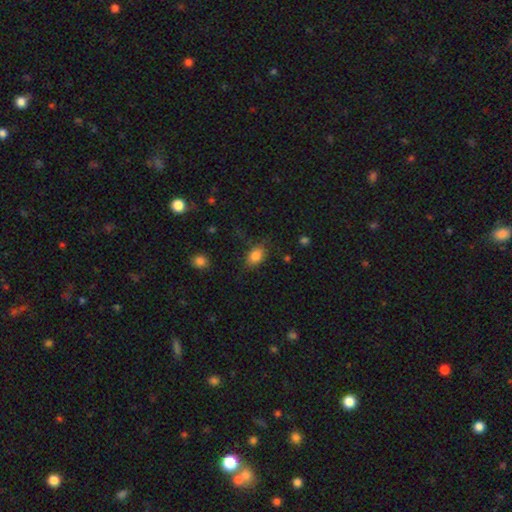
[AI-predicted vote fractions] The model was most divided on "merging": none: 72%, minor disturbance: 20%, major disturbance: 6%, merger: 2%. More confident: smooth or featured — smooth (83%); how rounded — in between (78%).